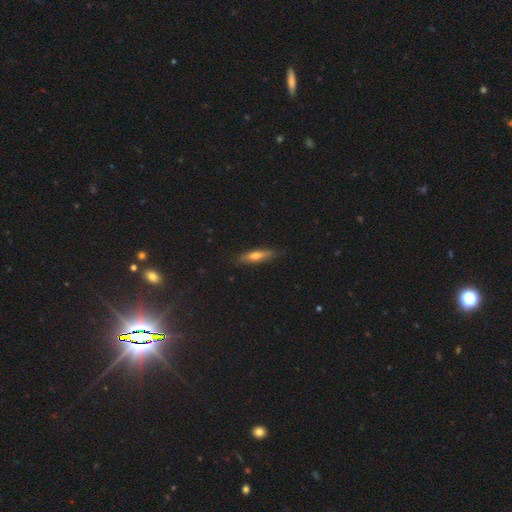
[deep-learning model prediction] Q: Smooth or featured?
A: smooth (57%); runner-up: featured or disk (35%)
Q: How rounded?
A: cigar-shaped (71%); runner-up: in between (26%)
Q: Merging?
A: none (84%); runner-up: minor disturbance (12%)